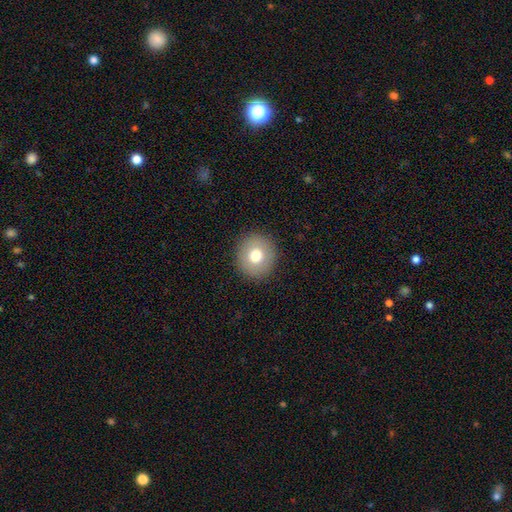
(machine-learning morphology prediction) Smooth or featured? Predicted: smooth (p=0.74). How rounded? Predicted: round (p=0.89). Merging? Predicted: none (p=0.91).